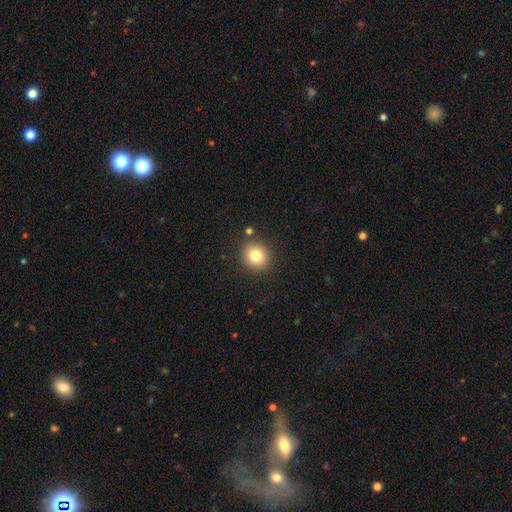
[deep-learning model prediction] smooth-or-featured: smooth: 80% | star or artifact: 11% | featured or disk: 9%
  how-rounded: round: 81% | in between: 18% | cigar-shaped: 1%
  merging: none: 87% | minor disturbance: 8% | merger: 3% | major disturbance: 2%